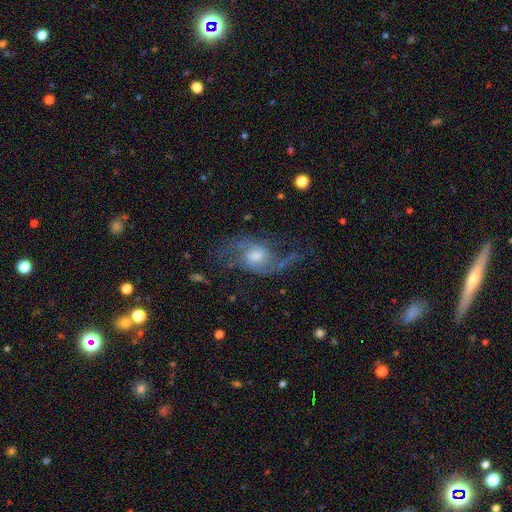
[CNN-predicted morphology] Smooth or featured? featured or disk (81%)
Edge-on disk? no (96%)
Bar? no (49%)
Spiral arms? yes (92%)
Spiral winding? loose (58%)
Spiral arm count? 2 (85%)
Bulge size? moderate (50%)
Merging? none (57%)